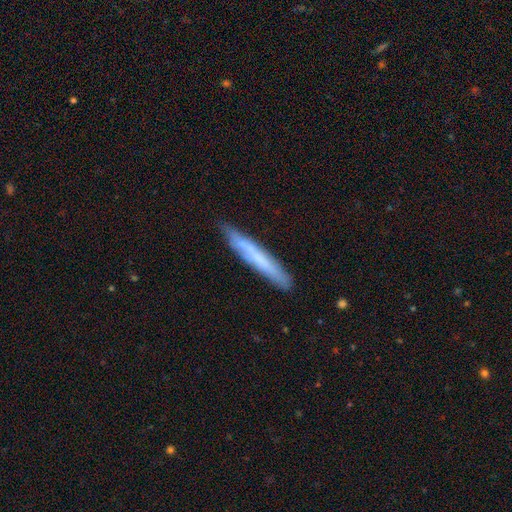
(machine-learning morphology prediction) Smooth or featured: smooth — 54% (featured or disk — 39%)
How rounded: cigar-shaped — 95% (in between — 4%)
Merging: none — 84% (minor disturbance — 12%)